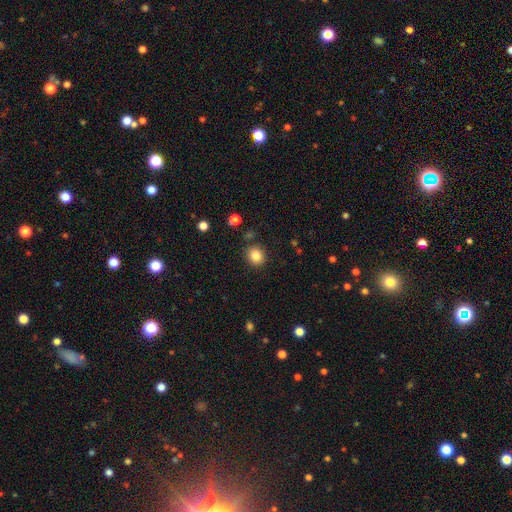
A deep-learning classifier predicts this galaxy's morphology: This appears to be a smooth galaxy with no disk features (85%) that is round (74%). Merging: none (86%).